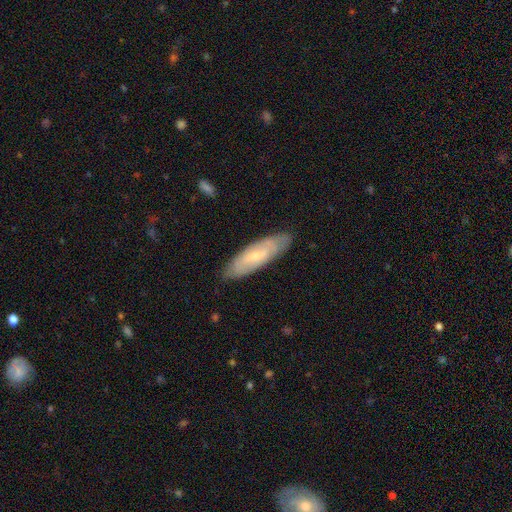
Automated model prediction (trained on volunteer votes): Overall: featured or disk (53%; smooth 41%). Edge-on disk: no (75%). Merging: none (83%).